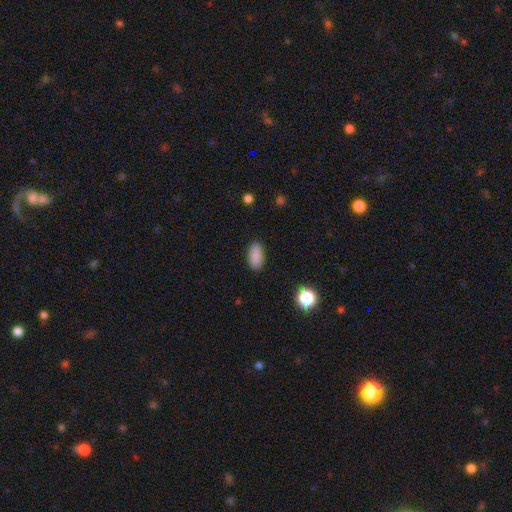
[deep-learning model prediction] Smooth or featured? smooth (86%)
How rounded? in between (92%)
Merging? none (88%)